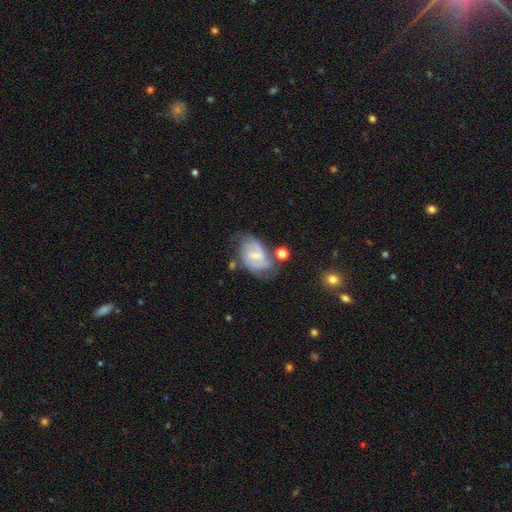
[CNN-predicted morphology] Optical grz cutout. It shows a featured or disk galaxy (70%) with a weak bar (56%), 2 (64%) medium (44%) spiral arms (87%) and a small central bulge (54%). Merging: none (52%).